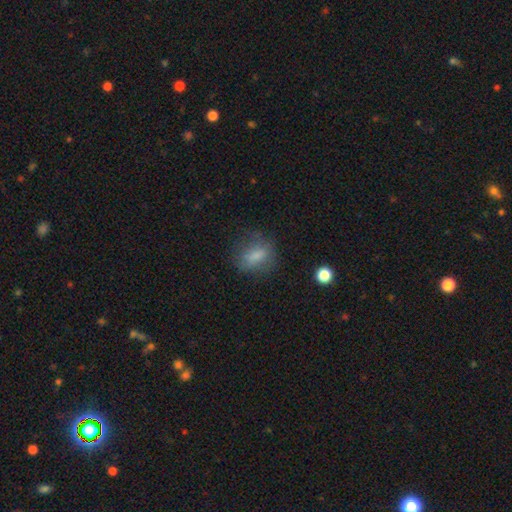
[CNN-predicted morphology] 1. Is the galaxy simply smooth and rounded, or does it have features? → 75% smooth, 14% featured or disk, 11% star or artifact.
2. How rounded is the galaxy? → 67% in between, 29% round, 4% cigar-shaped.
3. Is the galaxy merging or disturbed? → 65% none, 21% minor disturbance, 12% major disturbance, 2% merger.